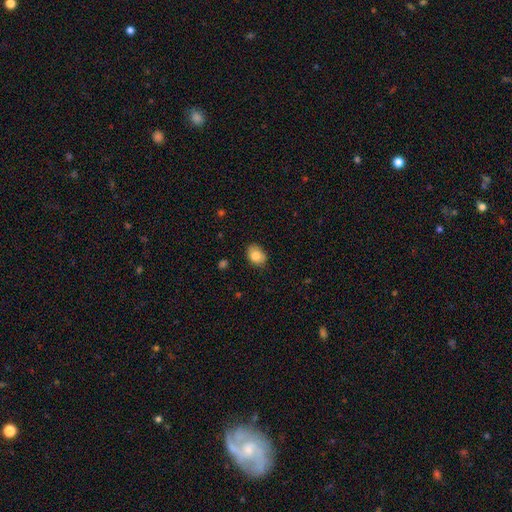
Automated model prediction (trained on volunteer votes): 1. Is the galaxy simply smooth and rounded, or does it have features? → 85% smooth, 8% star or artifact, 8% featured or disk.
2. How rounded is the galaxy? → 75% in between, 24% round, 1% cigar-shaped.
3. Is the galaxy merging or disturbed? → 82% none, 14% minor disturbance, 2% major disturbance, 1% merger.